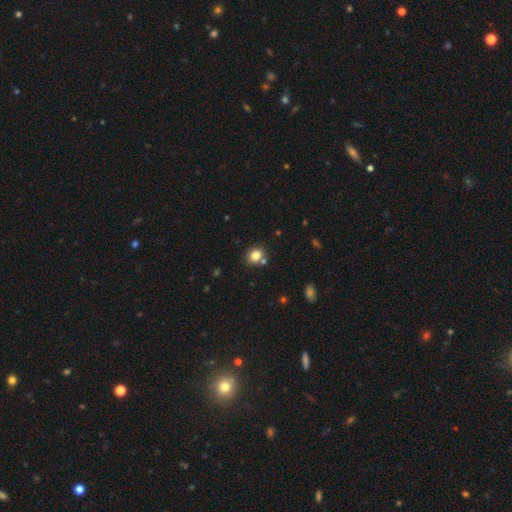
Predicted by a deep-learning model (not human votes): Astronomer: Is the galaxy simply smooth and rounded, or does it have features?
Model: smooth — 80%.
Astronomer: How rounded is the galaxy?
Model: round — 69%.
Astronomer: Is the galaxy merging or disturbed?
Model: none — 74%.